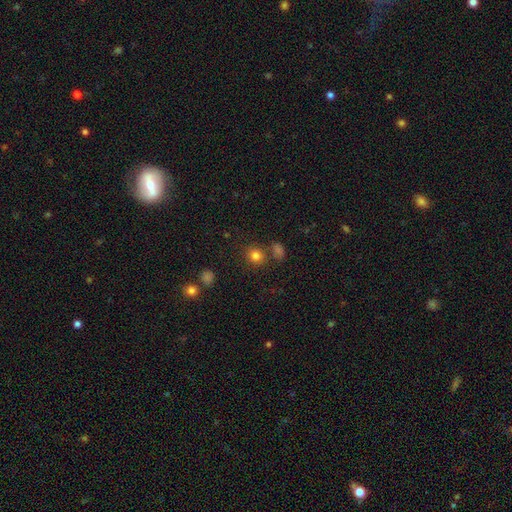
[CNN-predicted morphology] Smooth or featured?
  - smooth: 80% *
  - star or artifact: 14%
  - featured or disk: 6%
How rounded?
  - round: 81% *
  - in between: 18%
  - cigar-shaped: 1%
Merging?
  - none: 73% *
  - merger: 13%
  - minor disturbance: 10%
  - major disturbance: 4%